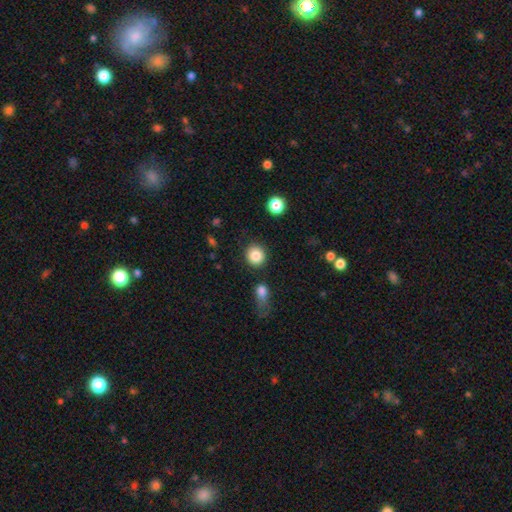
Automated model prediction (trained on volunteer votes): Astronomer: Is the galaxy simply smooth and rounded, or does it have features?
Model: smooth — 86%.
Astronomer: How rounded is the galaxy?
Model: round — 91%.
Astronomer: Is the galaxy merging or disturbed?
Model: none — 85%.